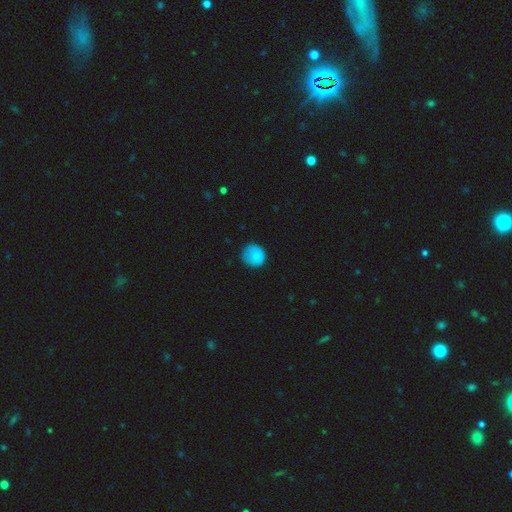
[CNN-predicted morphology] A smooth galaxy with no disk features (85%) that is round (92%). Merging: none (81%).